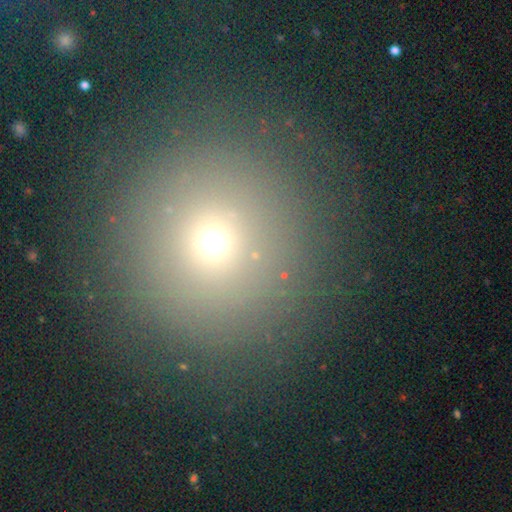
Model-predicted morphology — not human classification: A smooth galaxy with no disk features (64%) that is round (87%). Merging: none (82%).